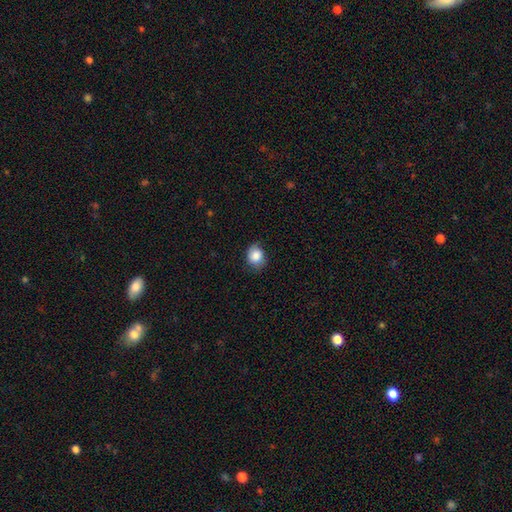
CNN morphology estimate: type=smooth (84%); roundness=round (60%); merging=none (71%).